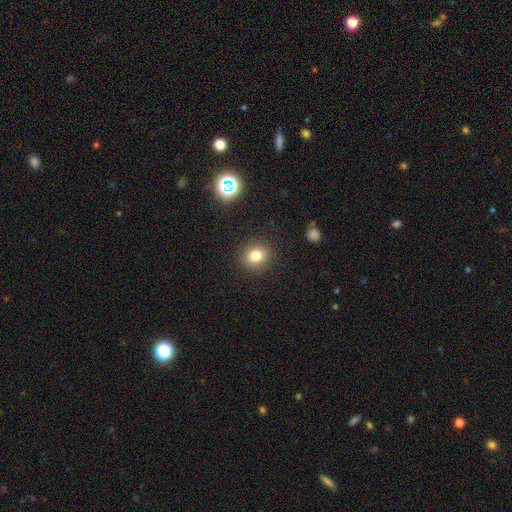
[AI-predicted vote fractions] smooth-or-featured: smooth: 79% | star or artifact: 13% | featured or disk: 8%
  how-rounded: round: 76% | in between: 23% | cigar-shaped: 1%
  merging: none: 89% | minor disturbance: 7% | major disturbance: 3% | merger: 1%